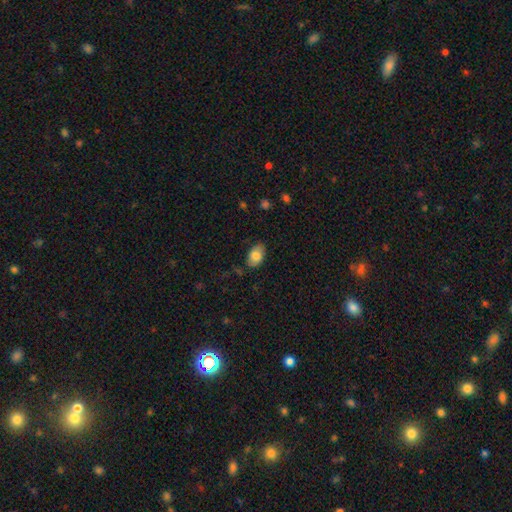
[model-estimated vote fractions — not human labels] The model was most divided on "merging": none: 77%, minor disturbance: 18%, major disturbance: 4%, merger: 2%. More confident: how rounded — in between (91%); smooth or featured — smooth (80%).